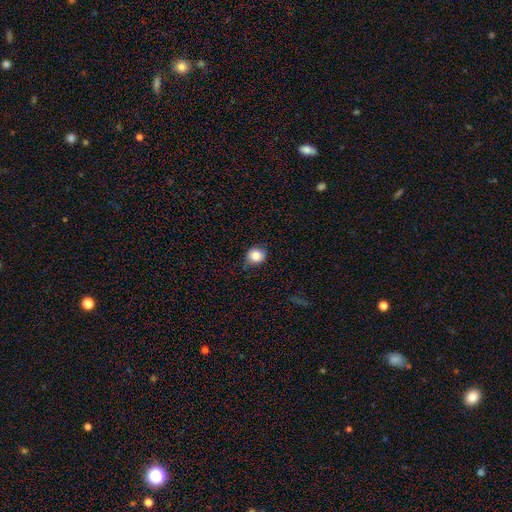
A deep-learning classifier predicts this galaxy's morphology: smooth 84%, star or artifact 9%, featured or disk 7%. Down the decision tree: how rounded — round (82%); merging — none (74%).